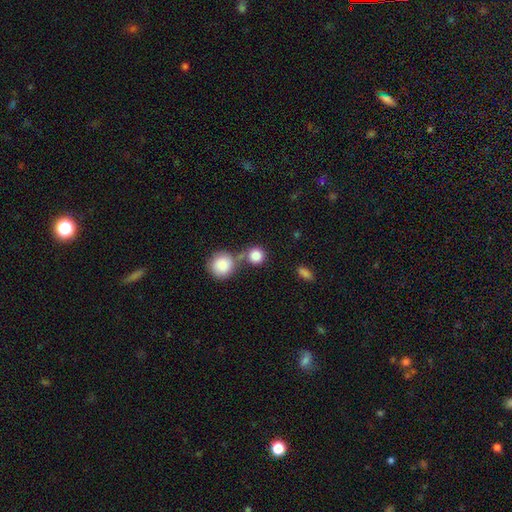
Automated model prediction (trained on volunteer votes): Smooth or featured? Predicted: smooth (p=0.85). How rounded? Predicted: round (p=0.90). Merging? Predicted: none (p=0.57).